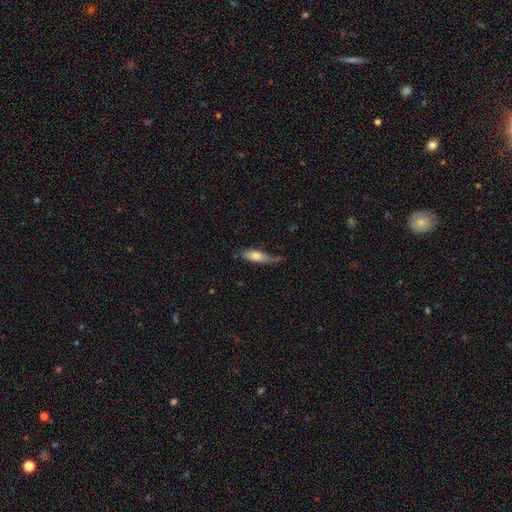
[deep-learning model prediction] Smooth or featured: smooth — 71% (featured or disk — 23%)
How rounded: in between — 58% (cigar-shaped — 39%)
Merging: none — 44% (minor disturbance — 35%)